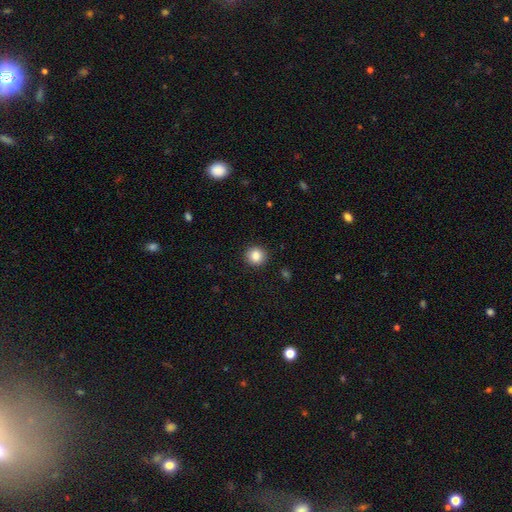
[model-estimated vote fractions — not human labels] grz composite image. It shows a smooth galaxy with no disk features (86%) that is round (92%). Merging: none (91%).